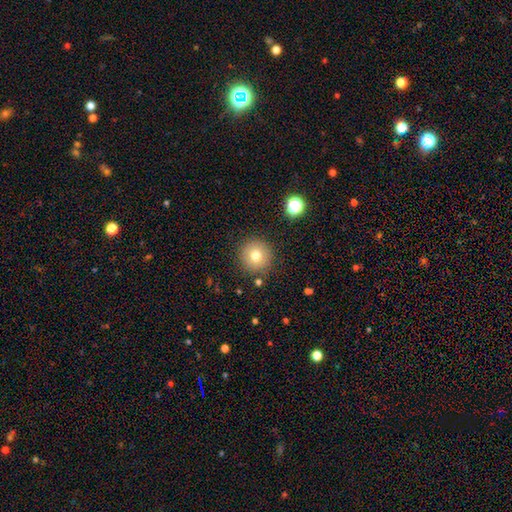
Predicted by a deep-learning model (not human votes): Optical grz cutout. It shows a smooth galaxy with no disk features (75%) that is round (94%). Merging: none (86%).